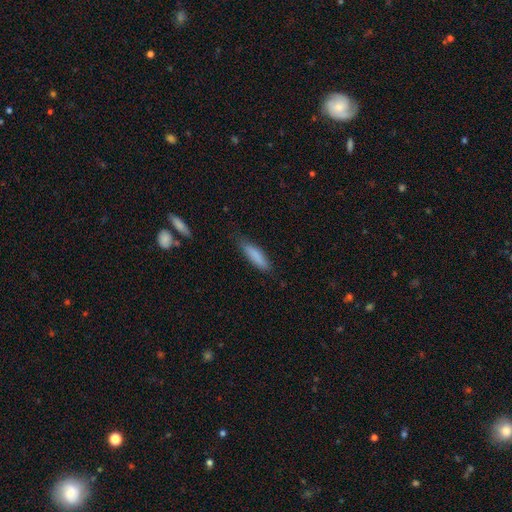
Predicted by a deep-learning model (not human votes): Smooth or featured? smooth (85%)
How rounded? cigar-shaped (66%)
Merging? none (76%)